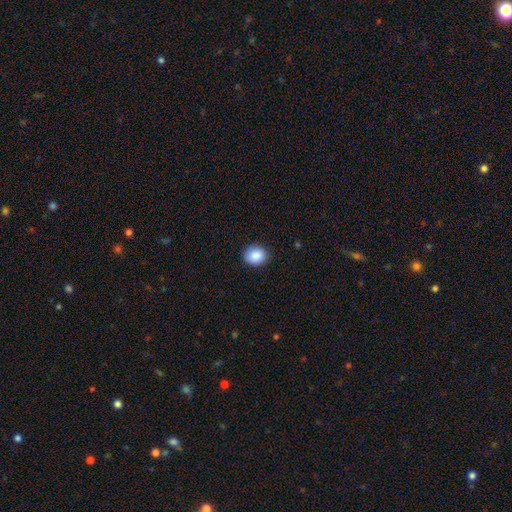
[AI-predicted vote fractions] Smooth or featured? smooth (87%)
How rounded? round (73%)
Merging? none (88%)